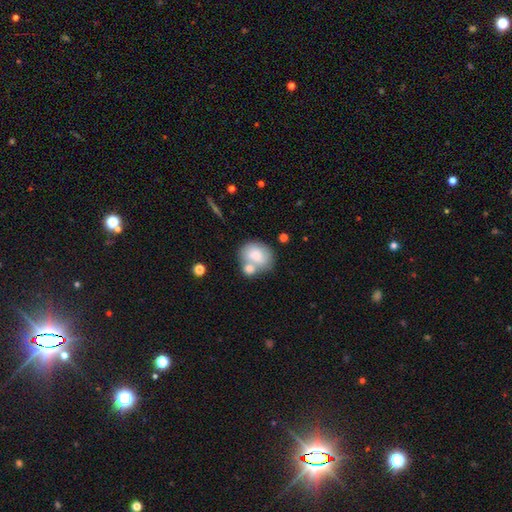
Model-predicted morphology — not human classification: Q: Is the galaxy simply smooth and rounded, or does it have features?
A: smooth — 74%.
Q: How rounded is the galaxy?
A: in between — 50%.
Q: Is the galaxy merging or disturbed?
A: merger — 43%.